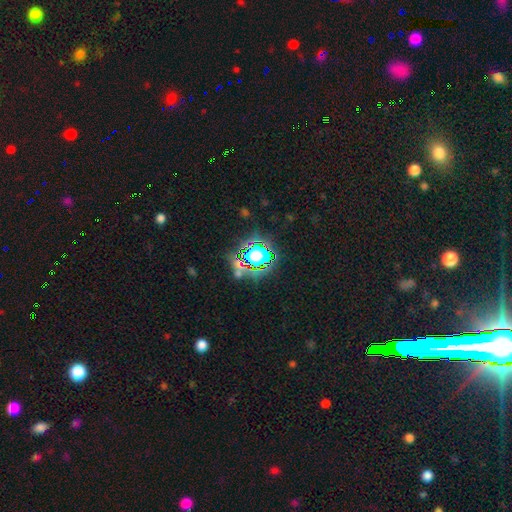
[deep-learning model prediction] Q: Smooth or featured?
A: star or artifact (58%); runner-up: smooth (29%)